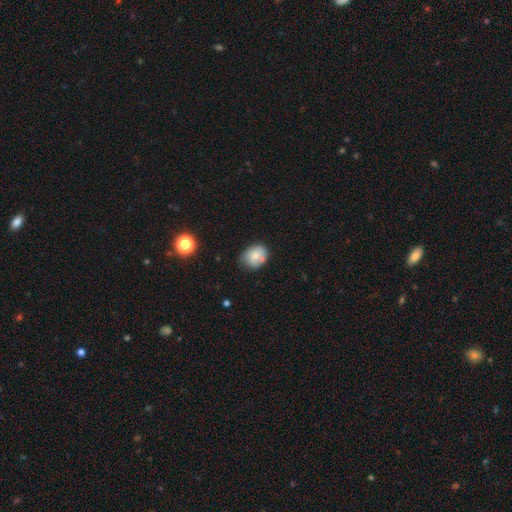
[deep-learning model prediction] smooth-or-featured: smooth: 75% | featured or disk: 16% | star or artifact: 9%
  how-rounded: in between: 52% | round: 47% | cigar-shaped: 1%
  merging: none: 63% | minor disturbance: 23% | merger: 9% | major disturbance: 5%